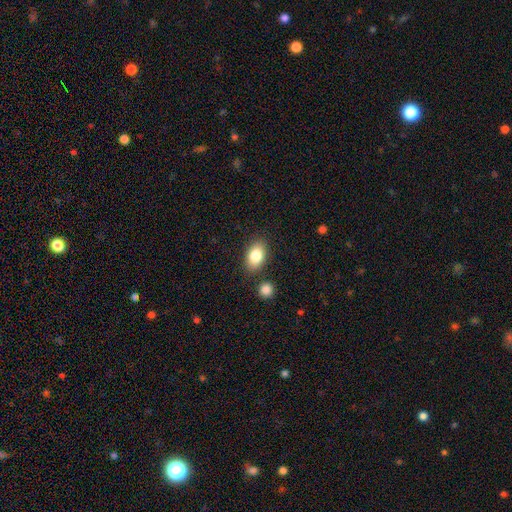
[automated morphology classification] Overall: smooth (83%). How rounded: in between (88%). Merging: none (83%).